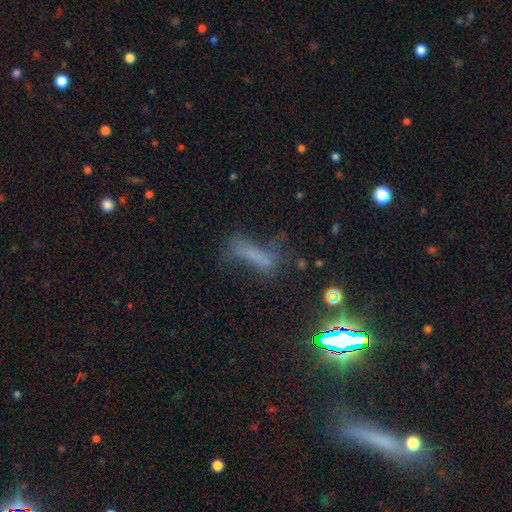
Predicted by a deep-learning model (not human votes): smooth-or-featured: smooth: 44% | star or artifact: 30% | featured or disk: 25%
  merging: none: 42% | major disturbance: 27% | minor disturbance: 24% | merger: 7%